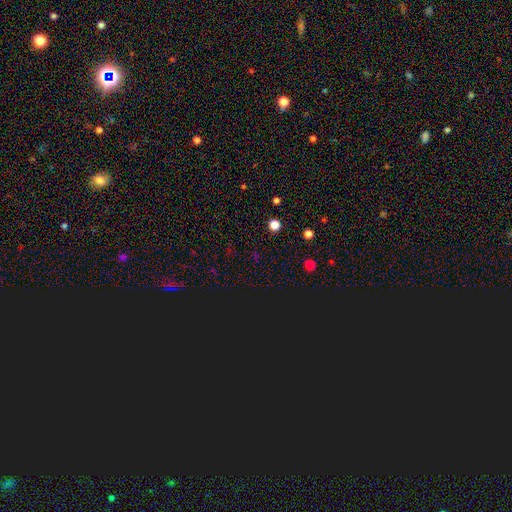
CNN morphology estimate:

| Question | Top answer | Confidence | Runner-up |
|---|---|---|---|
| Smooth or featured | star or artifact | 61% | smooth (33%) |